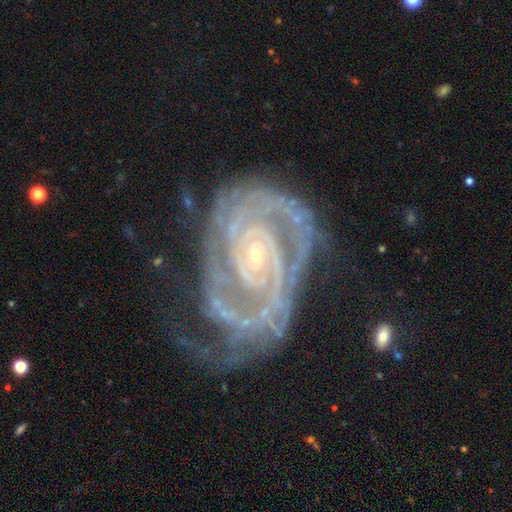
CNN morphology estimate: A featured or disk galaxy (91%) with no bar (56%), 2 (48%) tight (76%) spiral arms (98%) and a small central bulge (81%).

Vote fractions:
- Smooth or featured? featured or disk: 91% / star or artifact: 5% / smooth: 3%
- Edge-on disk? no: 98% / yes: 2%
- Bar? no: 56% / weak: 30% / strong: 14%
- Spiral arms? yes: 98% / no: 2%
- Spiral winding? tight: 76% / medium: 21% / loose: 4%
- Spiral arm count? 2: 48% / 3: 18% / can't tell: 14% / 4: 8% / more than 4: 6% / 1: 6%
- Bulge size? small: 81% / moderate: 14% / none: 3% / large: 1% / dominant: 1%
- Merging? none: 52% / minor disturbance: 26% / major disturbance: 19% / merger: 3%